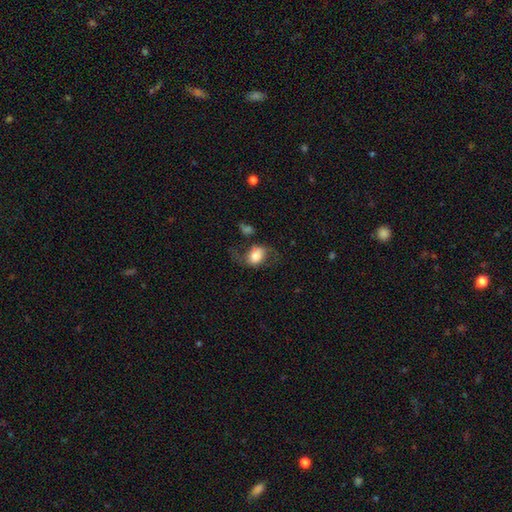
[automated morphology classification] smooth_or_featured: smooth (p=0.54) [alt: featured or disk p=0.38]
how_rounded: in between (p=0.62) [alt: round p=0.37]
merging: none (p=0.46) [alt: major disturbance p=0.25]